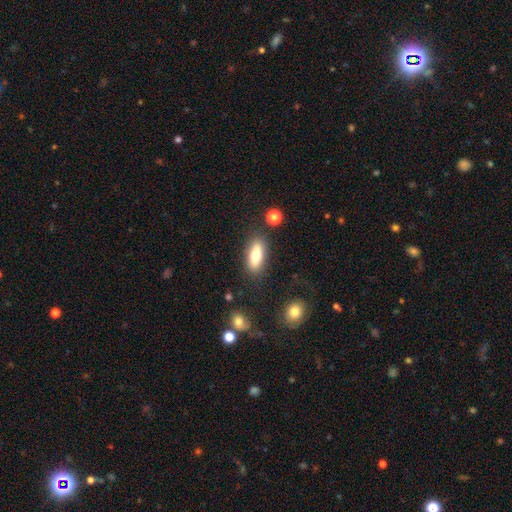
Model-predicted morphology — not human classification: smooth_or_featured: smooth (p=0.72) [alt: featured or disk p=0.20]
how_rounded: in between (p=0.74) [alt: cigar-shaped p=0.23]
merging: none (p=0.82) [alt: minor disturbance p=0.11]